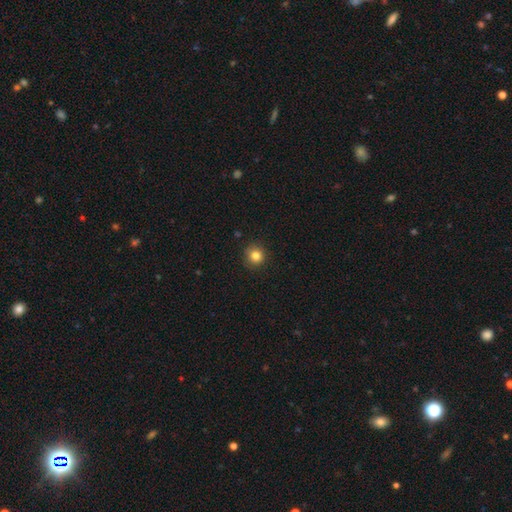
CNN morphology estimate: This appears to be a smooth galaxy with no disk features (83%) that is round (93%). Merging: none (90%).